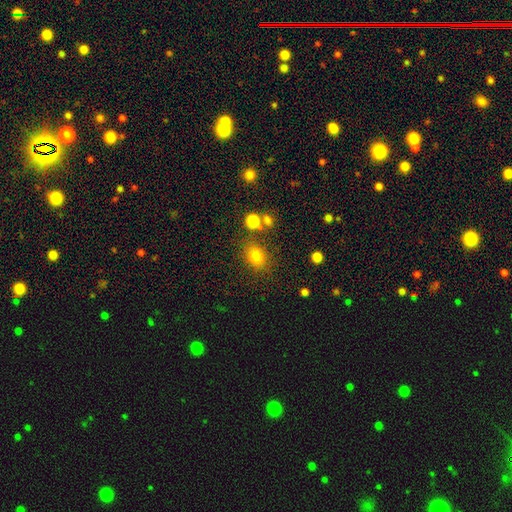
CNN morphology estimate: Overall: smooth (79%). How rounded: in between (52%; round 47%). Merging: none (76%).